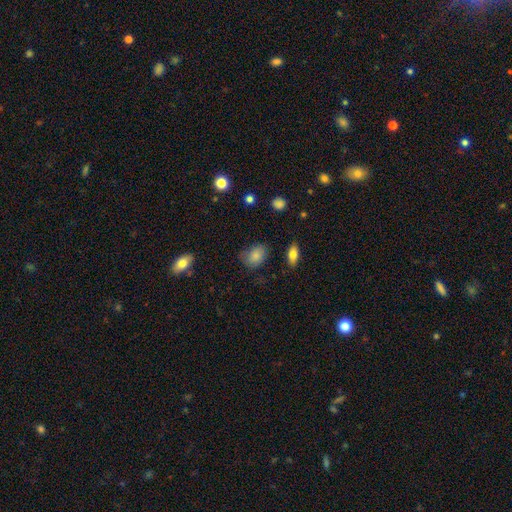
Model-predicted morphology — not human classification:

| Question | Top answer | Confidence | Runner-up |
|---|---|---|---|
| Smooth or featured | smooth | 83% | star or artifact (9%) |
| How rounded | in between | 74% | round (25%) |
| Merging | none | 66% | minor disturbance (25%) |